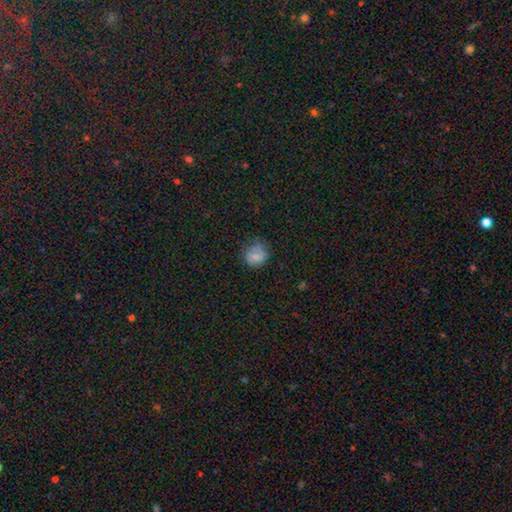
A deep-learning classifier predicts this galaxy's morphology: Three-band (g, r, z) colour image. It shows a smooth galaxy with no disk features (73%) that is round (76%). Merging: none (58%).